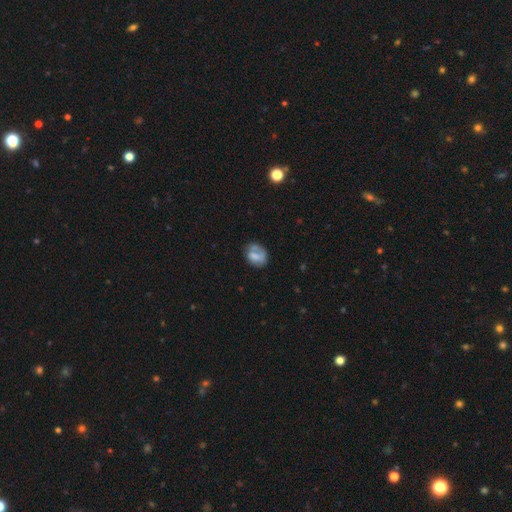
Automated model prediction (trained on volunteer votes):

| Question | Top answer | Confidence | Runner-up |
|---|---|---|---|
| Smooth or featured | smooth | 64% | featured or disk (27%) |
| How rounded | in between | 50% | round (49%) |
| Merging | none | 51% | minor disturbance (27%) |